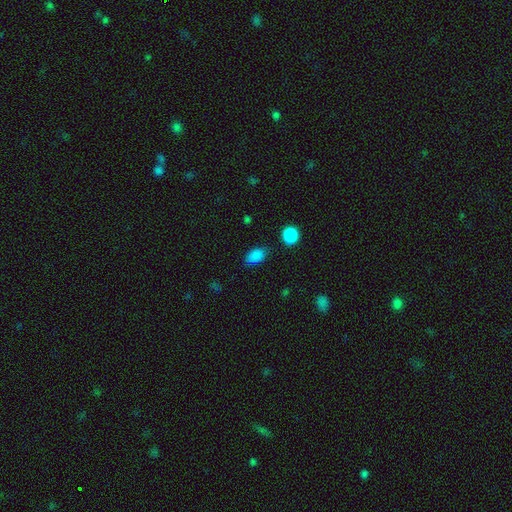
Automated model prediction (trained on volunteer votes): This appears to be a smooth galaxy with no disk features (86%) that is in between round and cigar-shaped (88%). Merging: none (77%).